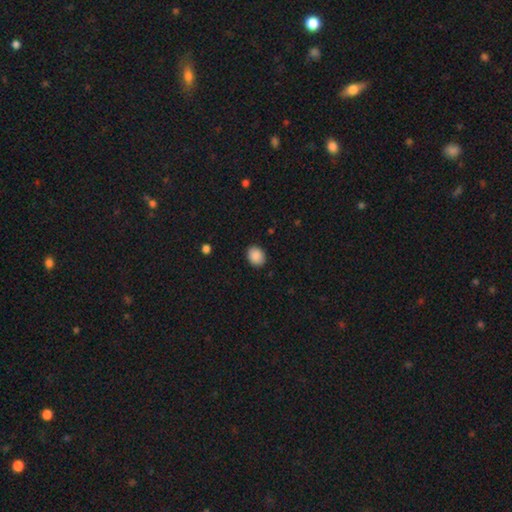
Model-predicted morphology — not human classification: The model was most divided on "how rounded": in between: 53%, round: 47%, cigar-shaped: 1%. More confident: smooth or featured — smooth (89%); merging — none (88%).